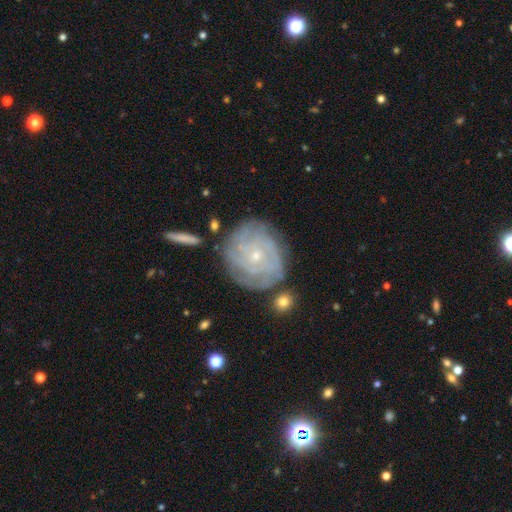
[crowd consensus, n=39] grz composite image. It shows a featured or disk galaxy (95%) with no bar (78%), tight (60%) spiral arms (81%) and a small central bulge (84%). Merging: none (82%).